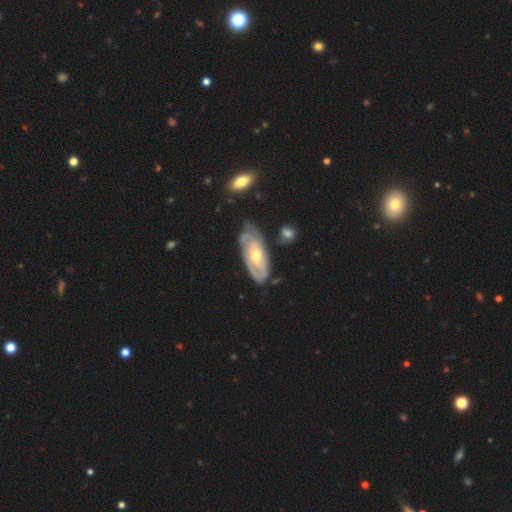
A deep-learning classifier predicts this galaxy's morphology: Smooth or featured: featured or disk — 75% (smooth — 20%)
Edge-on disk: no — 89% (yes — 11%)
Bar: no — 69% (weak — 25%)
Spiral arms: yes — 84% (no — 16%)
Spiral winding: tight — 68% (medium — 25%)
Spiral arm count: can't tell — 50% (2 — 29%)
Bulge size: moderate — 56% (small — 40%)
Merging: none — 68% (minor disturbance — 23%)